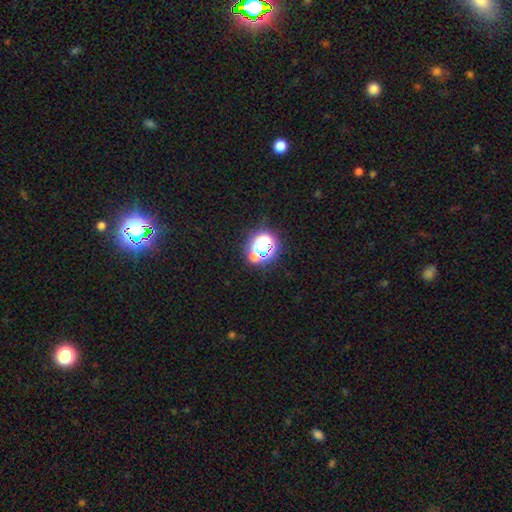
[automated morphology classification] smooth_or_featured: star or artifact (p=0.52) [alt: smooth p=0.37]